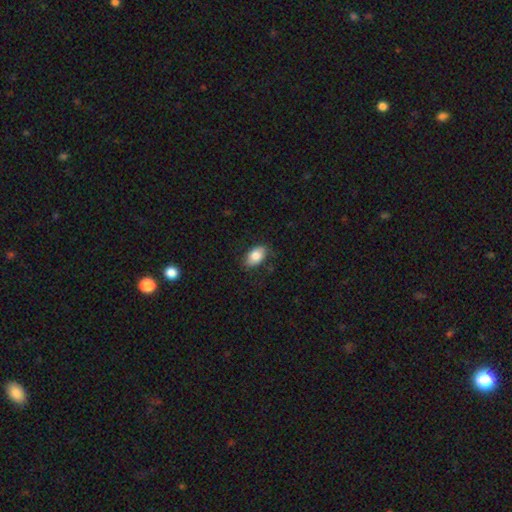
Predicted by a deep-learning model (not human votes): The model was most divided on "merging": none: 78%, minor disturbance: 17%, major disturbance: 4%, merger: 1%. More confident: how rounded — in between (91%); smooth or featured — smooth (81%).